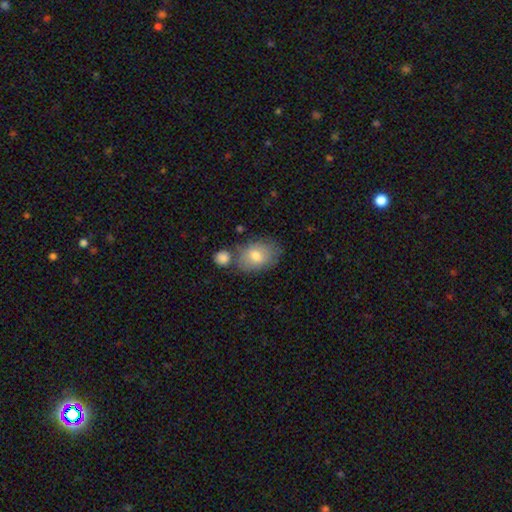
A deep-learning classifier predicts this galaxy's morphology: This is likely a smooth galaxy (76%). How rounded: likely in between (79%). Merging: possibly none (59%).